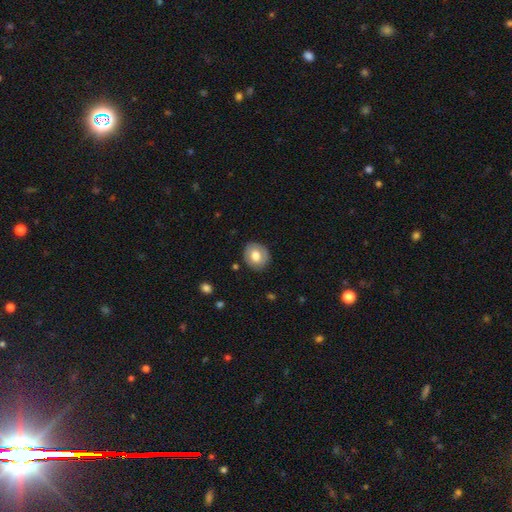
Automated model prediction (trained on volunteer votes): This is likely a smooth galaxy (66%). How rounded: likely round (66%). Merging: clearly none (83%).